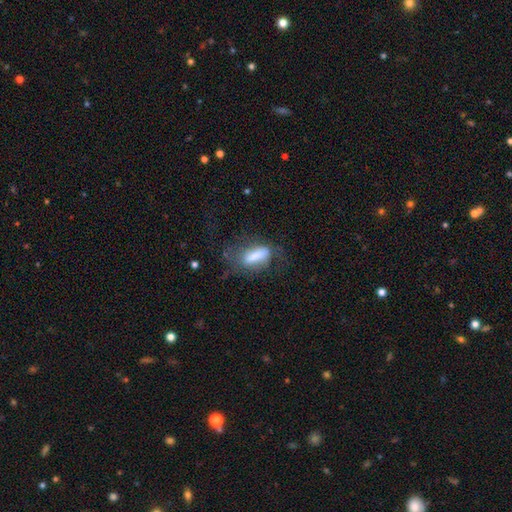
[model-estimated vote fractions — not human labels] Morphology: type=smooth (62%); roundness=in between (54%); merging=none (46%).